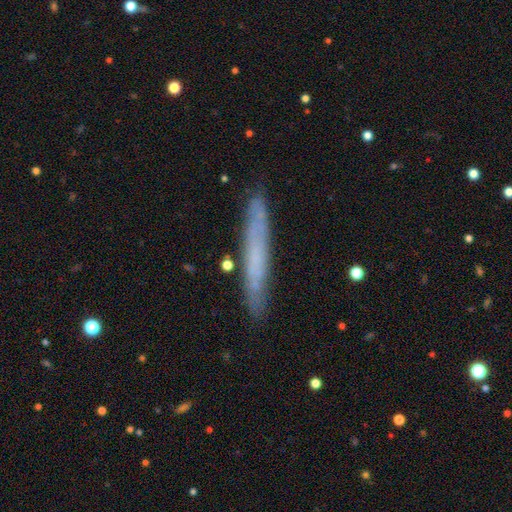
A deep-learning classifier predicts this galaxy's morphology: A smooth galaxy with no disk features (50%) that is cigar-shaped (96%).

Vote fractions:
- Smooth or featured? smooth: 50% / featured or disk: 42% / star or artifact: 8%
- How rounded? cigar-shaped: 96% / in between: 3% / round: 1%
- Merging? none: 87% / minor disturbance: 10% / major disturbance: 2% / merger: 2%